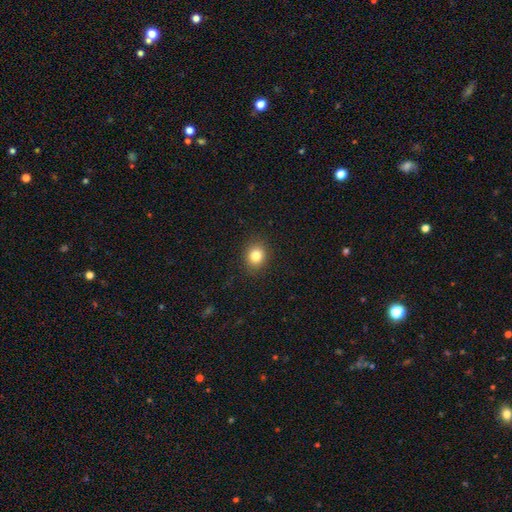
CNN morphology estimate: This appears to be a smooth galaxy with no disk features (83%) that is round (69%). Merging: none (90%).